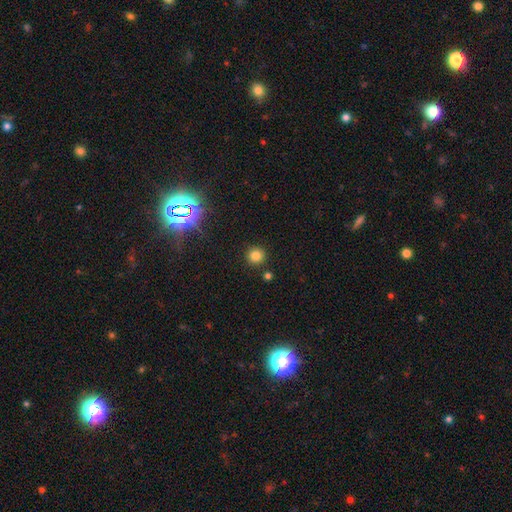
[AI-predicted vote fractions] Smooth or featured?
  - smooth: 79% *
  - star or artifact: 15%
  - featured or disk: 6%
How rounded?
  - round: 94% *
  - in between: 5%
  - cigar-shaped: 1%
Merging?
  - none: 88% *
  - minor disturbance: 6%
  - merger: 4%
  - major disturbance: 2%